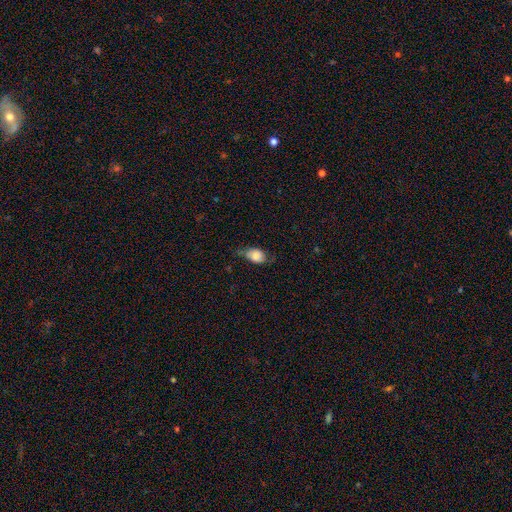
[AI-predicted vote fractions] A smooth galaxy with no disk features (74%) that is in between round and cigar-shaped (76%). Merging: none (47%).